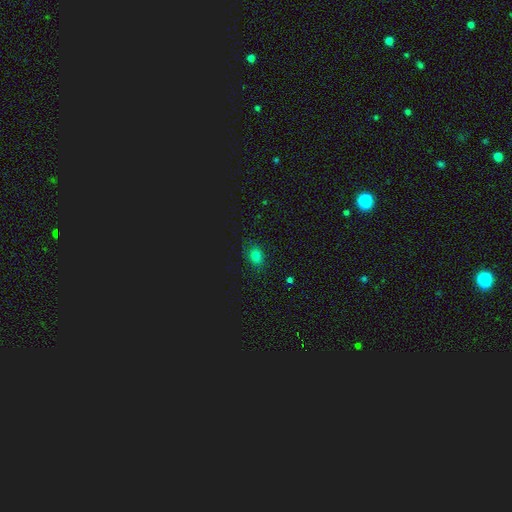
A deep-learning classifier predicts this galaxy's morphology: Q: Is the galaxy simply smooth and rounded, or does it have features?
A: smooth — 70%.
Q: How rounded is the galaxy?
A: in between — 64%.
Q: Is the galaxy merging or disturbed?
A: none — 81%.